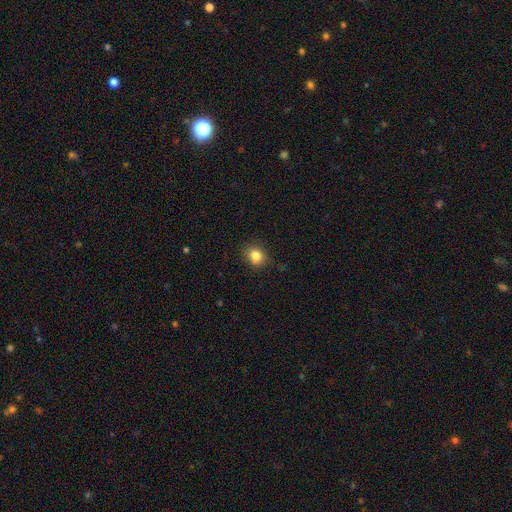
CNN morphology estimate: smooth 83%, star or artifact 11%, featured or disk 6%. Down the decision tree: how rounded — round (66%); merging — none (83%).